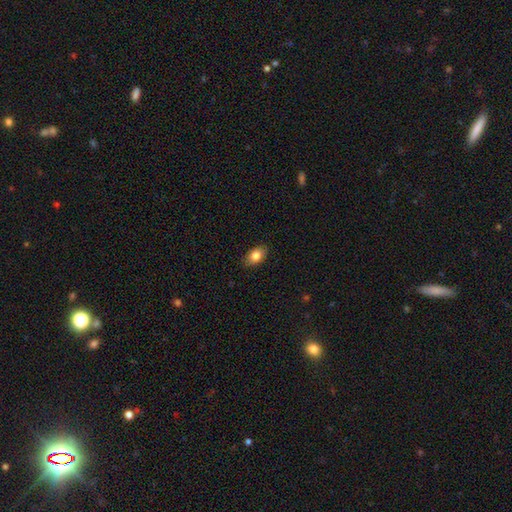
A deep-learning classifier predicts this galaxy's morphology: Q: Smooth or featured?
A: smooth (83%); runner-up: featured or disk (9%)
Q: How rounded?
A: in between (87%); runner-up: round (11%)
Q: Merging?
A: none (87%); runner-up: minor disturbance (10%)